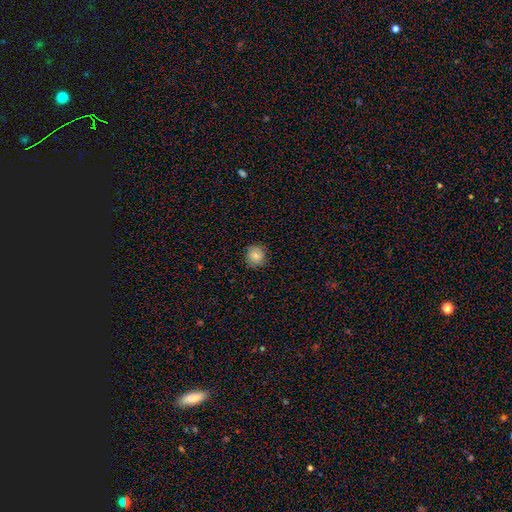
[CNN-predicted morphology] This is likely a smooth galaxy (79%). How rounded: clearly round (90%). Merging: clearly none (85%).